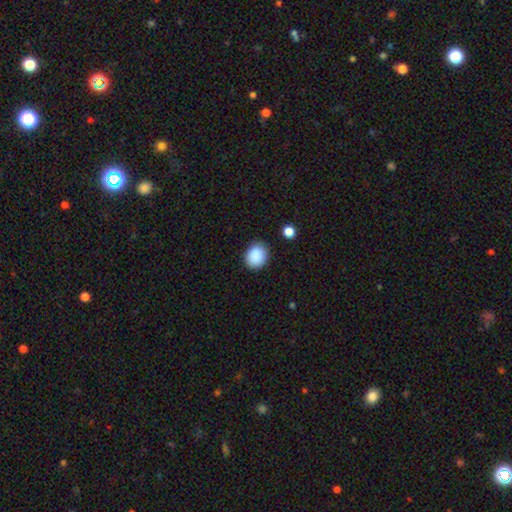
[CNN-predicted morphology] smooth_or_featured: smooth (p=0.89) [alt: star or artifact p=0.08]
how_rounded: round (p=0.58) [alt: in between p=0.41]
merging: none (p=0.86) [alt: minor disturbance p=0.10]